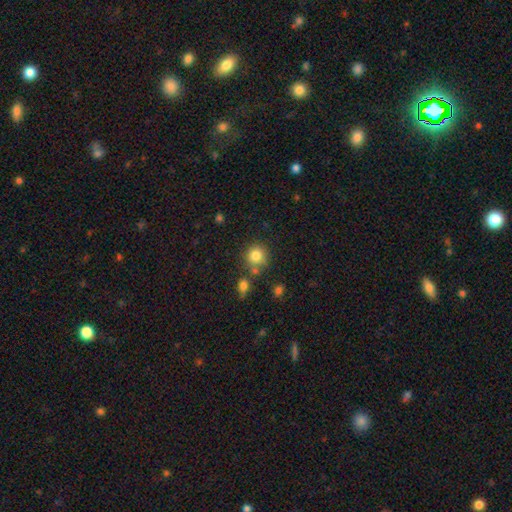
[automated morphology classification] smooth_or_featured: smooth (p=0.82) [alt: star or artifact p=0.11]
how_rounded: round (p=0.89) [alt: in between p=0.10]
merging: none (p=0.71) [alt: merger p=0.14]